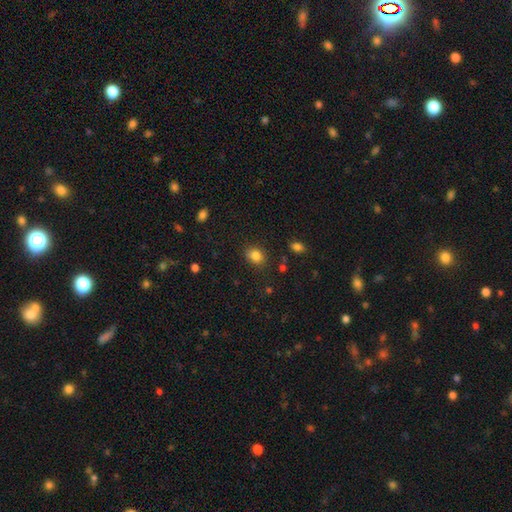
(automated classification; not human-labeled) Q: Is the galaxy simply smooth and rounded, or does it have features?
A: smooth — 83%.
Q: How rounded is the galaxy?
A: in between — 54%.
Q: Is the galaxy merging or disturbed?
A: none — 81%.